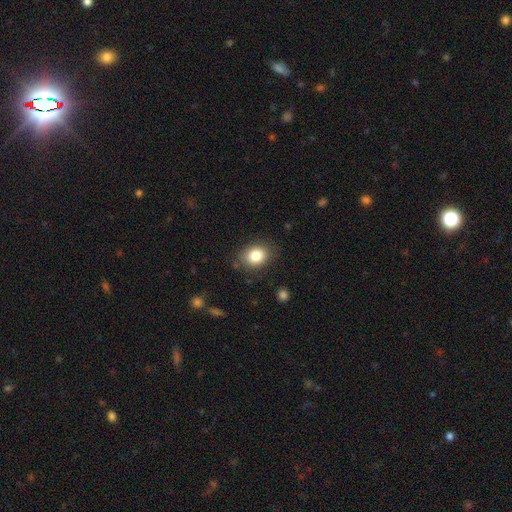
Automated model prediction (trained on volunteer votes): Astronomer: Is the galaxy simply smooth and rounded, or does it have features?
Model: smooth — 83%.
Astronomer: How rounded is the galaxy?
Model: in between — 56% (runner-up: round, 43%).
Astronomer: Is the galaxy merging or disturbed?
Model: none — 82%.